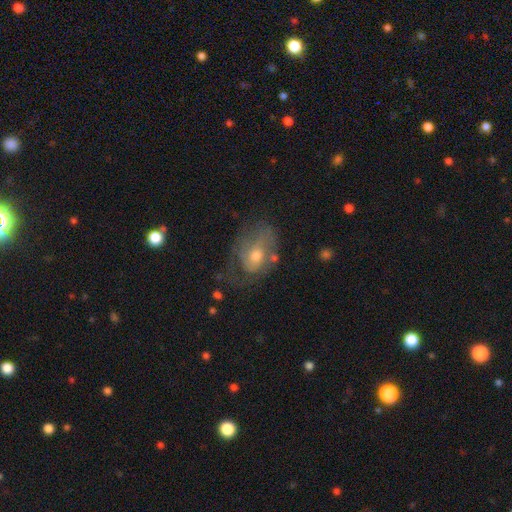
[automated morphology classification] Smooth or featured: featured or disk — 50% (smooth — 41%)
Merging: none — 39% (major disturbance — 30%)